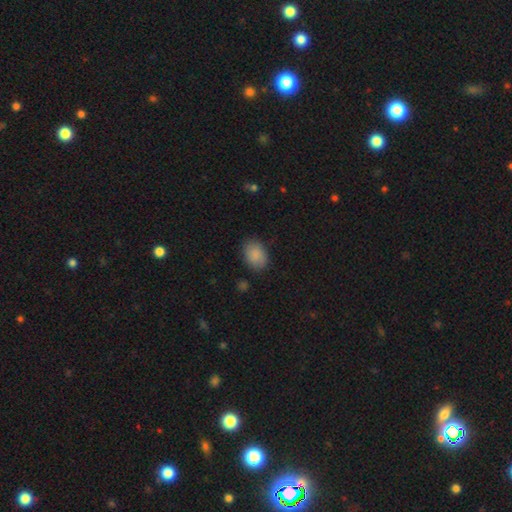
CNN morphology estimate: type=smooth (88%); roundness=in between (77%); merging=none (83%).